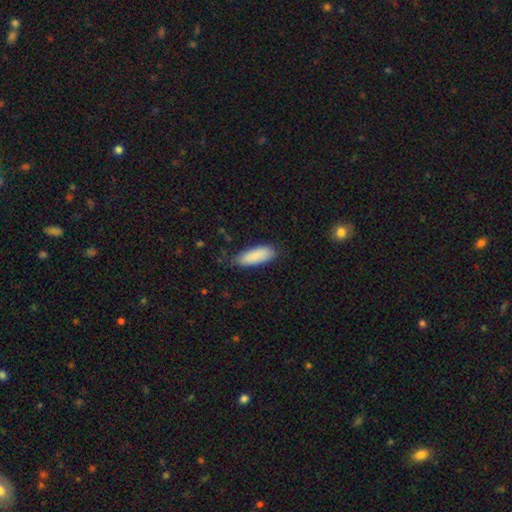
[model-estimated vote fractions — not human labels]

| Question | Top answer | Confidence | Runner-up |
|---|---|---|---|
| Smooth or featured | smooth | 87% | featured or disk (7%) |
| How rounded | in between | 68% | cigar-shaped (30%) |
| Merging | none | 78% | minor disturbance (17%) |